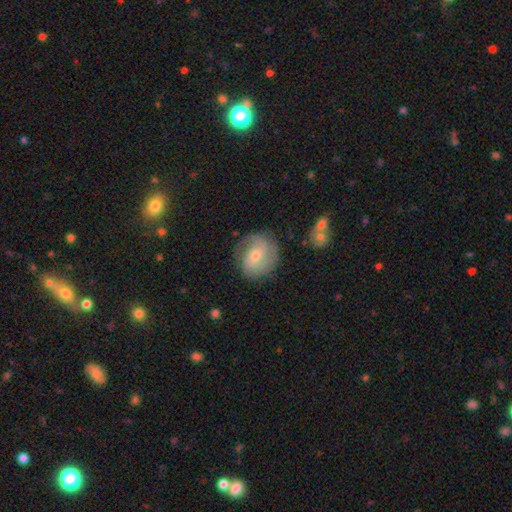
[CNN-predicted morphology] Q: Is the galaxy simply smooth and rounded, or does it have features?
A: featured or disk — 66%.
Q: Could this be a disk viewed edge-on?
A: no — 97%.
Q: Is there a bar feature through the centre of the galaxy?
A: no — 55%.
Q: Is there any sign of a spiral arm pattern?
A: yes — 88%.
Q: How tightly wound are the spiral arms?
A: tight — 49%.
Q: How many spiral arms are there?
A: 2 — 40%.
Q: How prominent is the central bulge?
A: small — 56%.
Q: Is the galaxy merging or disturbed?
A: none — 72%.